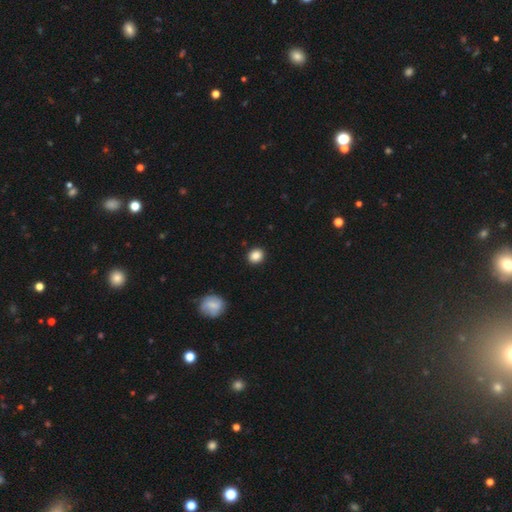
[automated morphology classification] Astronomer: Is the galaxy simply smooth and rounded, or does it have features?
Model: smooth — 87%.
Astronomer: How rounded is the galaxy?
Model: round — 74%.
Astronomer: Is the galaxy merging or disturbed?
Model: none — 91%.